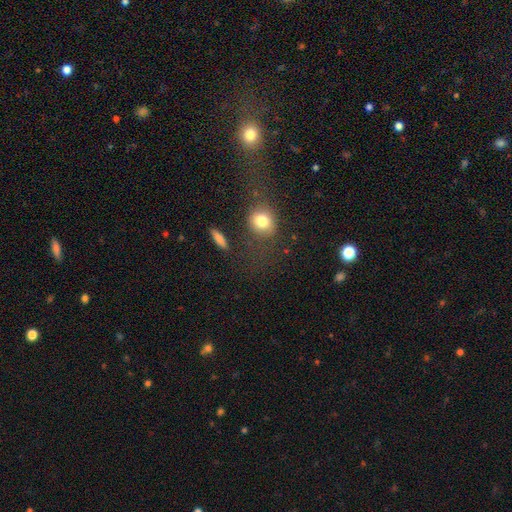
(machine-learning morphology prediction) This appears to be a smooth galaxy with no disk features (59%) that is round (66%). Merging: none (36%).